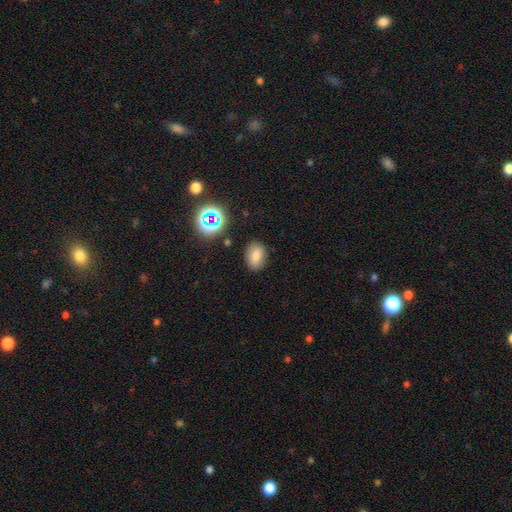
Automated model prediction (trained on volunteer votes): Smooth or featured?
  - smooth: 76% *
  - star or artifact: 15%
  - featured or disk: 9%
How rounded?
  - in between: 83% *
  - round: 16%
  - cigar-shaped: 2%
Merging?
  - none: 84% *
  - minor disturbance: 11%
  - major disturbance: 3%
  - merger: 2%